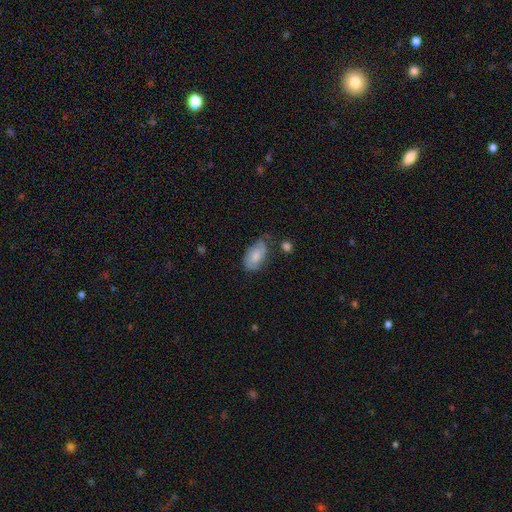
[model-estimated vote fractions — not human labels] Overall: smooth (73%). How rounded: in between (93%). Merging: none (52%; minor disturbance 35%).